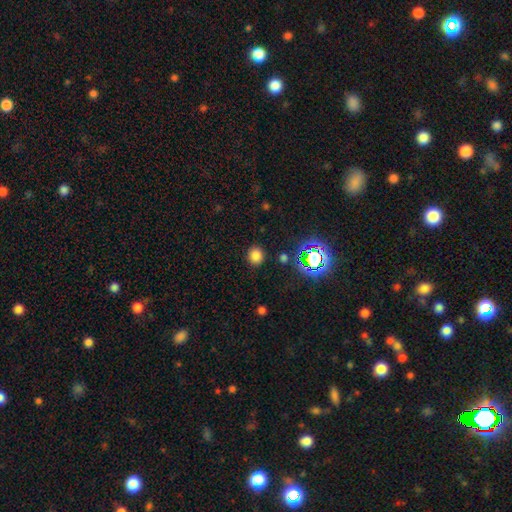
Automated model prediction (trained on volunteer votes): smooth_or_featured: smooth (p=0.77) [alt: star or artifact p=0.18]
how_rounded: round (p=0.77) [alt: in between p=0.22]
merging: none (p=0.87) [alt: minor disturbance p=0.08]